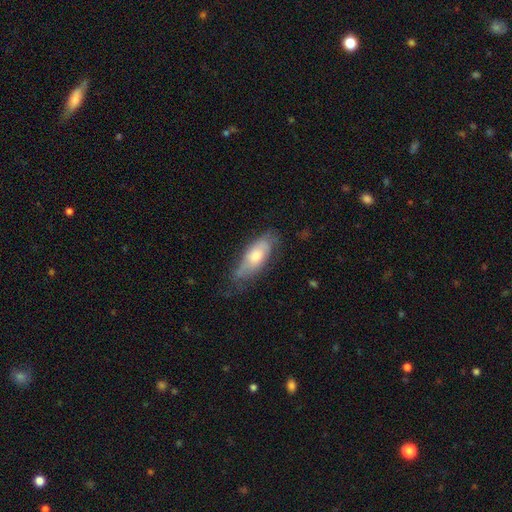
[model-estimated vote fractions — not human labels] Smooth or featured: smooth — 54% (featured or disk — 40%)
How rounded: in between — 72% (cigar-shaped — 26%)
Merging: none — 57% (minor disturbance — 31%)